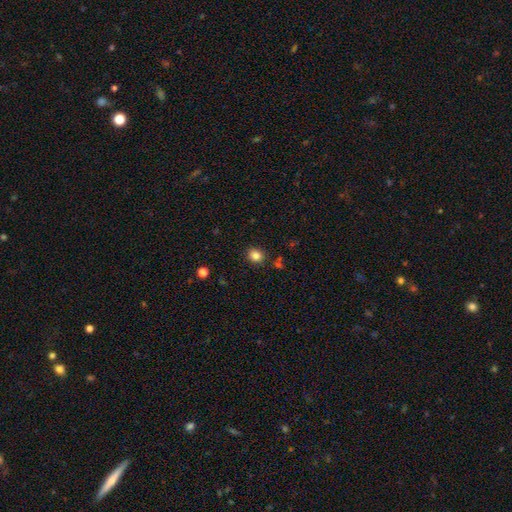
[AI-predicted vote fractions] Smooth or featured: smooth — 83% (star or artifact — 12%)
How rounded: round — 73% (in between — 26%)
Merging: none — 87% (minor disturbance — 8%)